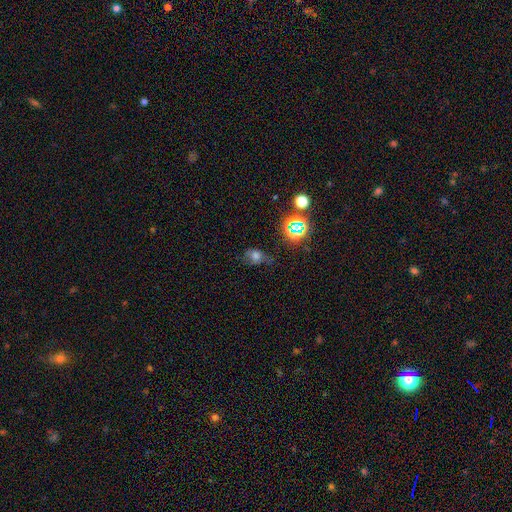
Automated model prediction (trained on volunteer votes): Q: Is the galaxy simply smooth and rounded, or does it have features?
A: smooth — 59%.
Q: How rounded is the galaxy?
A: in between — 61%.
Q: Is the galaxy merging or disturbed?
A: none — 47%.